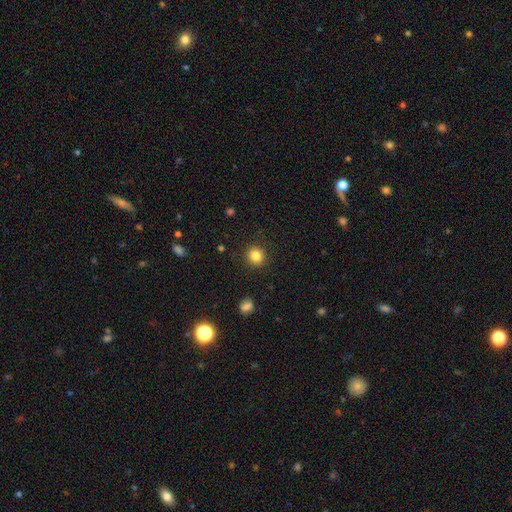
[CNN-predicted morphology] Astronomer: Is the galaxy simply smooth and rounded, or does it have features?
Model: smooth — 84%.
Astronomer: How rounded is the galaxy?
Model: round — 87%.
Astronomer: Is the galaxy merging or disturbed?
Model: none — 90%.